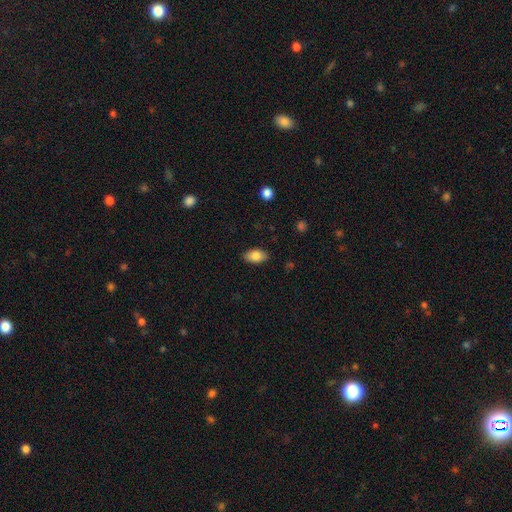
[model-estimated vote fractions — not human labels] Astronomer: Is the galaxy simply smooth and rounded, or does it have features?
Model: smooth — 83%.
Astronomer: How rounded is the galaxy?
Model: in between — 93%.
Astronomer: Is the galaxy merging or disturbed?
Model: none — 87%.